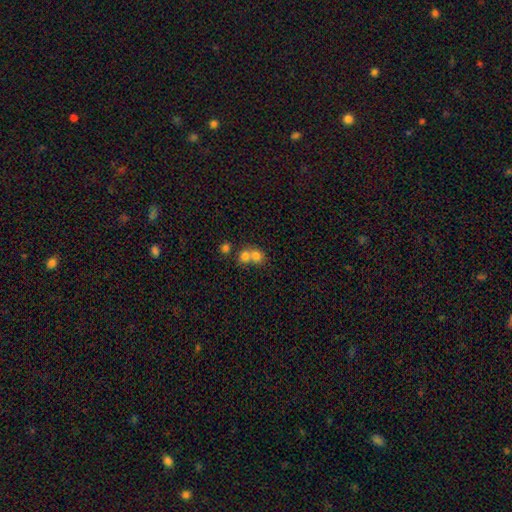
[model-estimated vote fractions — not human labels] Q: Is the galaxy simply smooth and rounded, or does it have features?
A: smooth — 75%.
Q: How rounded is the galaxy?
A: round — 78%.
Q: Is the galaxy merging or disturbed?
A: merger — 62%.